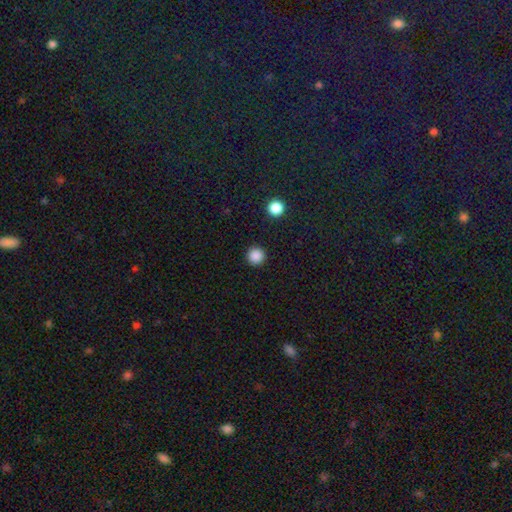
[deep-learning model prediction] Smooth or featured? Predicted: smooth (p=0.86). How rounded? Predicted: round (p=0.96). Merging? Predicted: none (p=0.92).